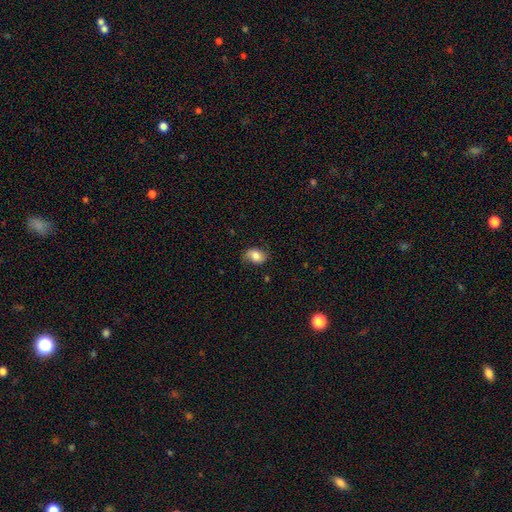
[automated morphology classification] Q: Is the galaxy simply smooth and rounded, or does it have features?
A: smooth — 73%.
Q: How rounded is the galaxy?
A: in between — 80%.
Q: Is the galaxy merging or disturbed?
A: none — 71%.